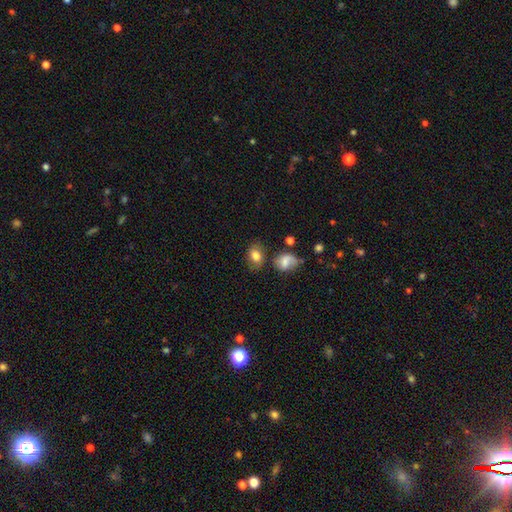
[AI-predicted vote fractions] smooth_or_featured: smooth (p=0.78) [alt: featured or disk p=0.13]
how_rounded: in between (p=0.72) [alt: round p=0.27]
merging: none (p=0.67) [alt: minor disturbance p=0.19]